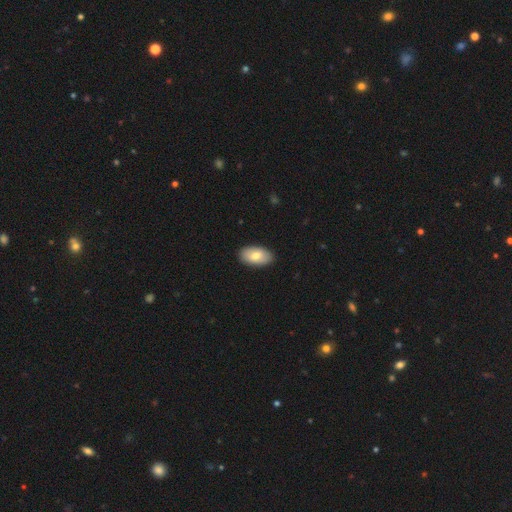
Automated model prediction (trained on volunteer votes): smooth 77%, featured or disk 17%, star or artifact 6%. Down the decision tree: how rounded — in between (95%); merging — none (89%).